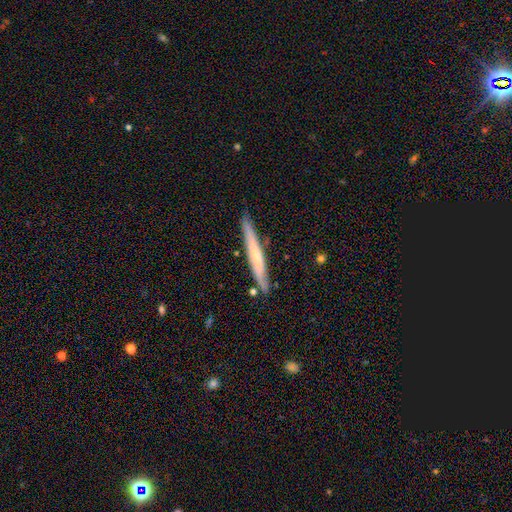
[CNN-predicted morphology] Smooth or featured?
  - smooth: 47% * (tied)
  - featured or disk: 47% * (tied)
  - star or artifact: 6%
Merging?
  - none: 85% *
  - minor disturbance: 11%
  - merger: 2%
  - major disturbance: 2%